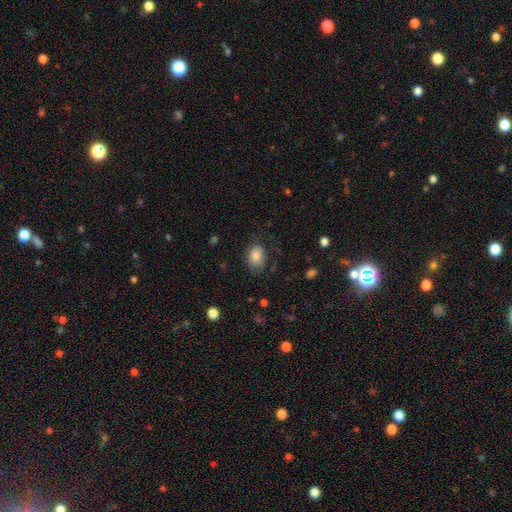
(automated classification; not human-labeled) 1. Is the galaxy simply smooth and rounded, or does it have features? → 81% smooth, 11% featured or disk, 8% star or artifact.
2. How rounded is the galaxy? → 73% in between, 26% round, 1% cigar-shaped.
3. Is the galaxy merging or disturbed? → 66% none, 23% minor disturbance, 10% major disturbance, 1% merger.